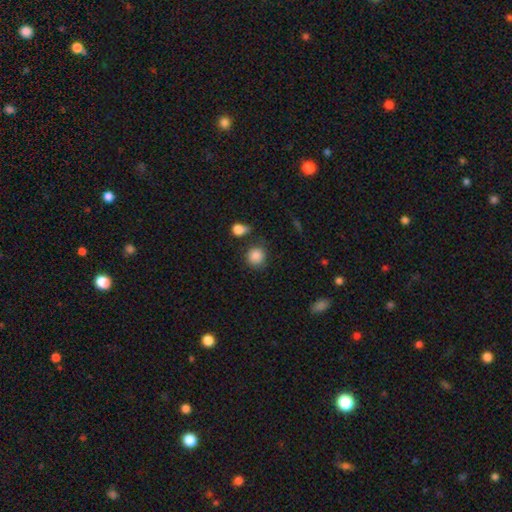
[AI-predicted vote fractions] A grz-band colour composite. It shows a smooth galaxy with no disk features (87%) that is round (88%). Merging: none (74%).